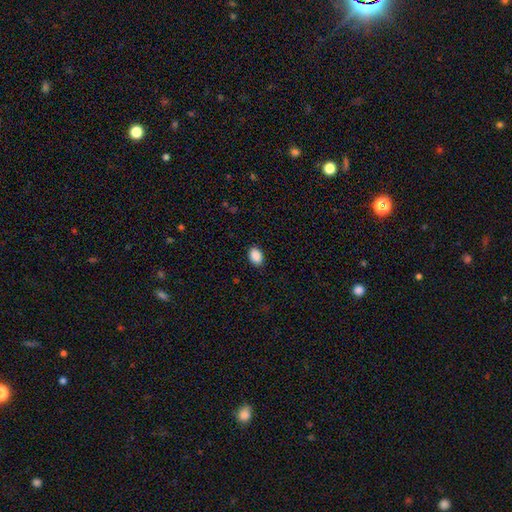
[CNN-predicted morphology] Overall: smooth (90%). How rounded: in between (82%). Merging: none (89%).